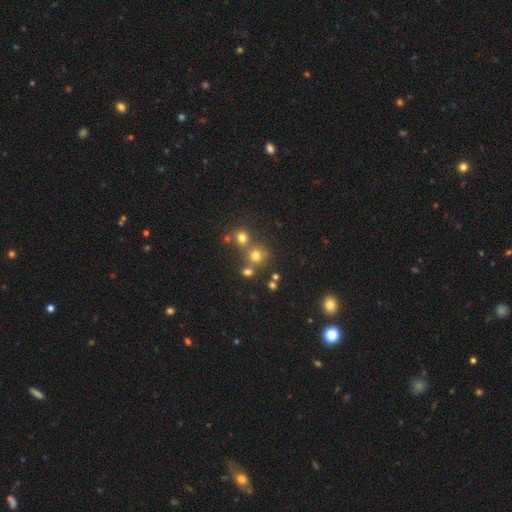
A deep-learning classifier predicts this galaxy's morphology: Smooth or featured? Predicted: smooth (p=0.69). How rounded? Predicted: round (p=0.87). Merging? Predicted: none (p=0.60).